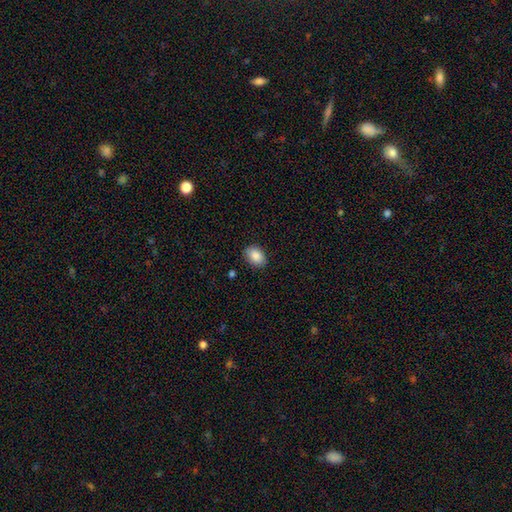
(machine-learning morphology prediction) A smooth galaxy with no disk features (88%) that is in between round and cigar-shaped (81%).

Vote fractions:
- Smooth or featured? smooth: 88% / star or artifact: 7% / featured or disk: 5%
- How rounded? in between: 81% / round: 18% / cigar-shaped: 1%
- Merging? none: 86% / minor disturbance: 11% / major disturbance: 2% / merger: 1%